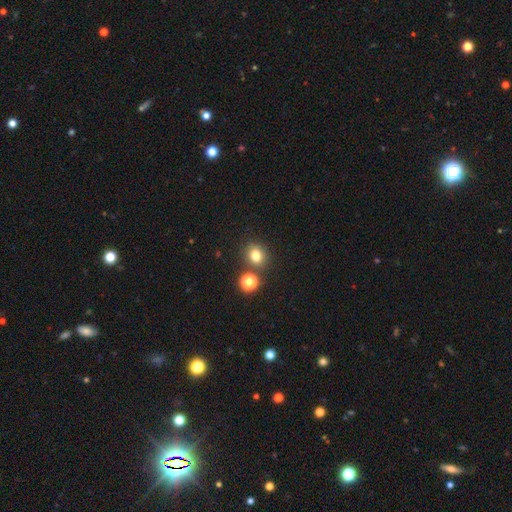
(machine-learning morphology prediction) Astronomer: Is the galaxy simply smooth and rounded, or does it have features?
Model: smooth — 77%.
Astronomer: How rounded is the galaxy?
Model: round — 76%.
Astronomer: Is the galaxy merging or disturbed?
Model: none — 78%.